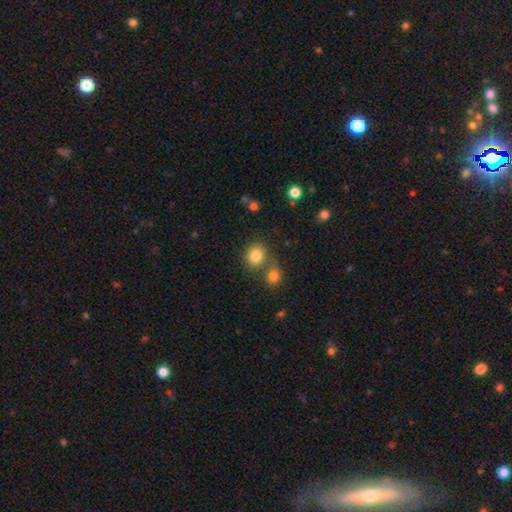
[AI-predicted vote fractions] smooth 83%, star or artifact 10%, featured or disk 7%. Down the decision tree: how rounded — round (73%); merging — none (61%).